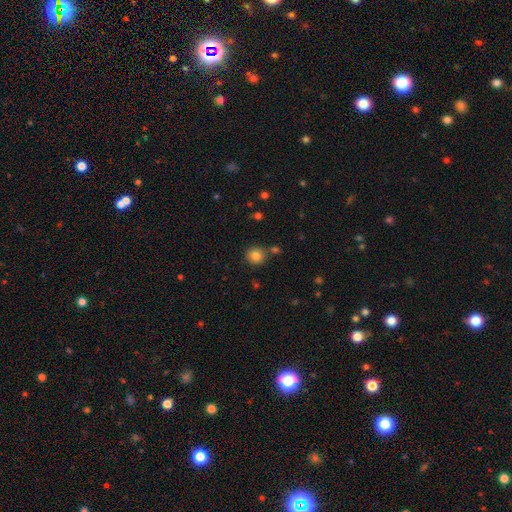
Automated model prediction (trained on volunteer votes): Q: Smooth or featured?
A: smooth (83%); runner-up: star or artifact (11%)
Q: How rounded?
A: round (88%); runner-up: in between (11%)
Q: Merging?
A: none (77%); runner-up: merger (10%)